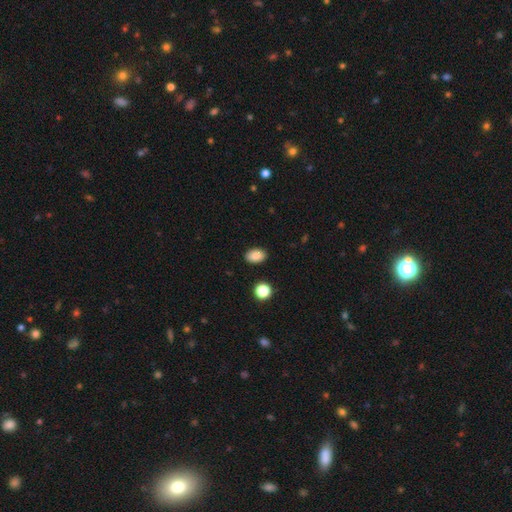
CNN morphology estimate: Smooth or featured? smooth (87%)
How rounded? in between (85%)
Merging? none (89%)